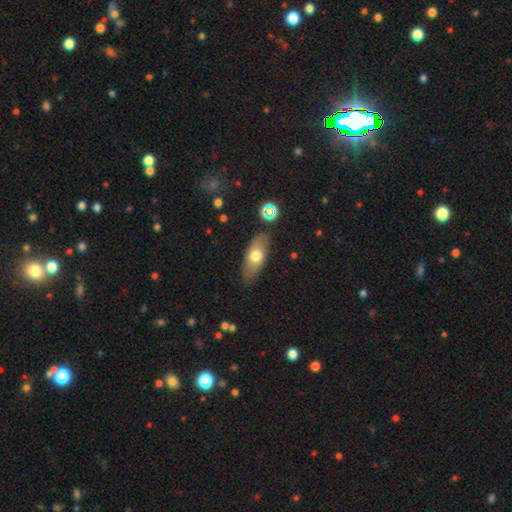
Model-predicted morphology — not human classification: type=smooth (65%); roundness=in between (80%); merging=none (81%).